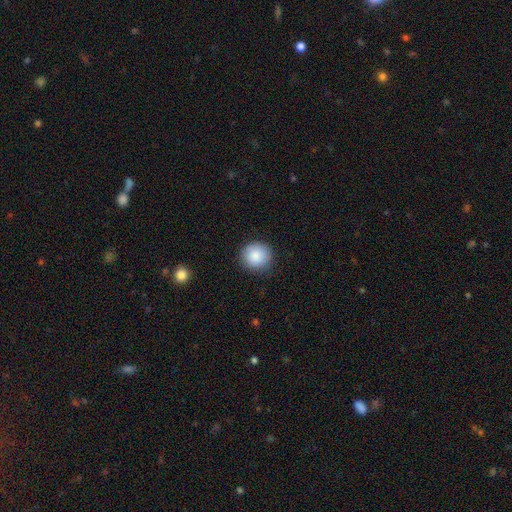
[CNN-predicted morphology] This is clearly a smooth galaxy (87%). How rounded: clearly round (92%). Merging: clearly none (89%).